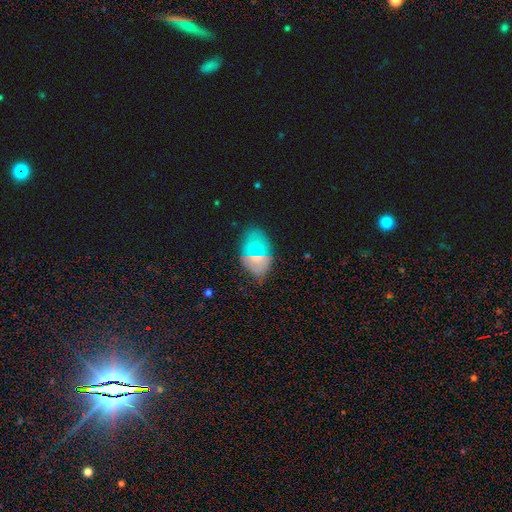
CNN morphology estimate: The model was most divided on "smooth or featured": smooth: 58%, featured or disk: 21%, star or artifact: 20%. More confident: how rounded — in between (86%); merging — none (72%).